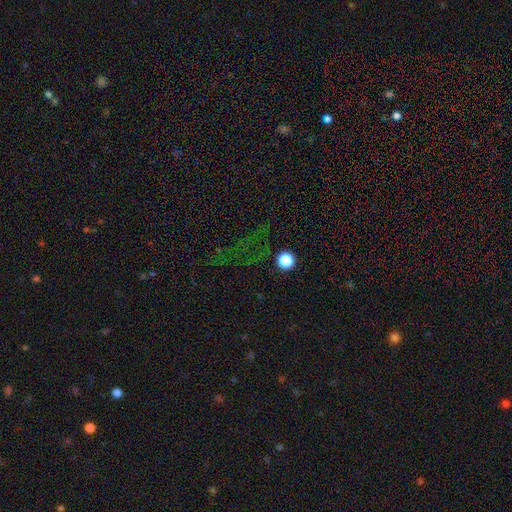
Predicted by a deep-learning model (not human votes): This appears to be a star or artifact, not a galaxy (65%).